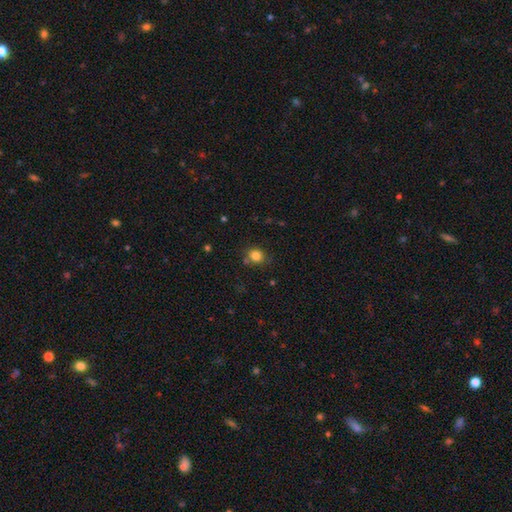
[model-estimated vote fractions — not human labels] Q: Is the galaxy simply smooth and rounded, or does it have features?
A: smooth — 82%.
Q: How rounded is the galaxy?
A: round — 80%.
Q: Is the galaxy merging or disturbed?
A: none — 76%.